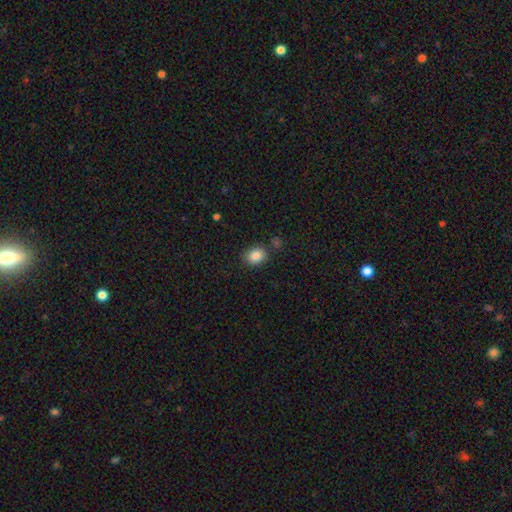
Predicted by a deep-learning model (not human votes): The model was most divided on "how rounded": round: 50%, in between: 49%, cigar-shaped: 1%. More confident: smooth or featured — smooth (86%); merging — none (82%).